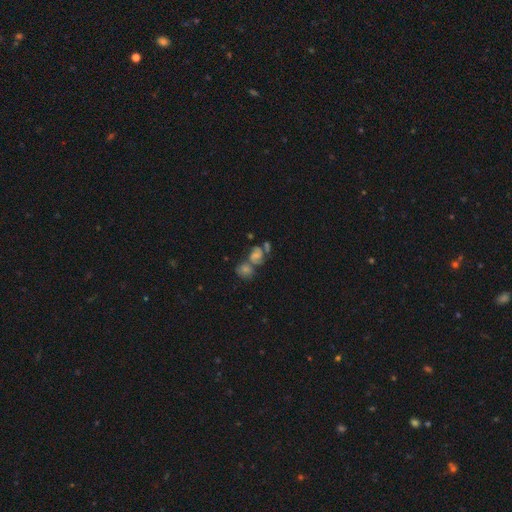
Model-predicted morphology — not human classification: Smooth or featured? Predicted: featured or disk (p=0.37). Merging? Predicted: merger (p=0.48).